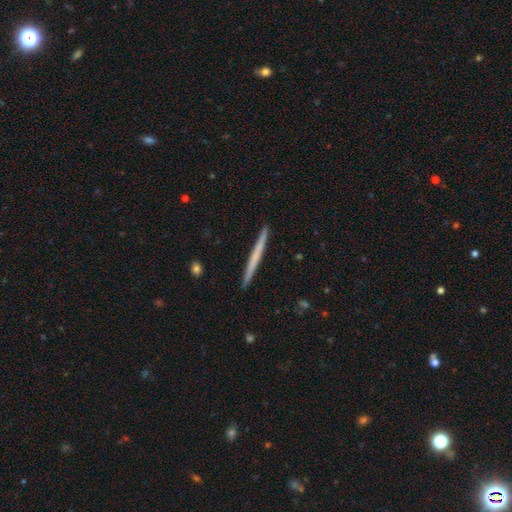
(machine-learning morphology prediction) Smooth or featured: smooth — 49% (featured or disk — 46%)
Merging: none — 93% (minor disturbance — 5%)